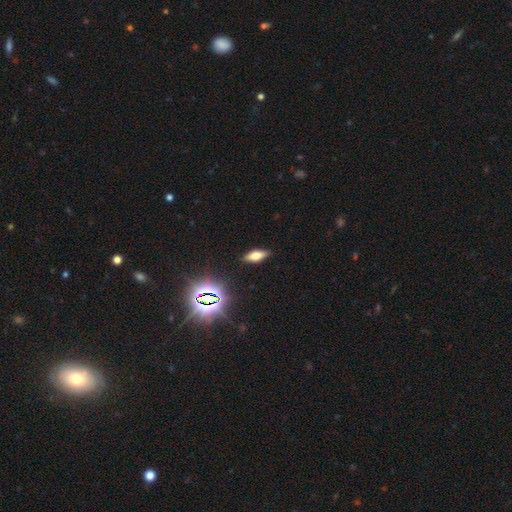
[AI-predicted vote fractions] Smooth or featured? smooth (58%)
How rounded? in between (70%)
Merging? none (88%)